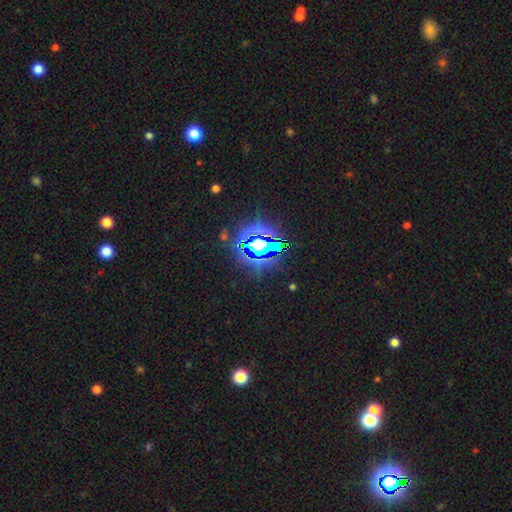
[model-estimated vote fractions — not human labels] This appears to be a star or artifact, not a galaxy (75%).